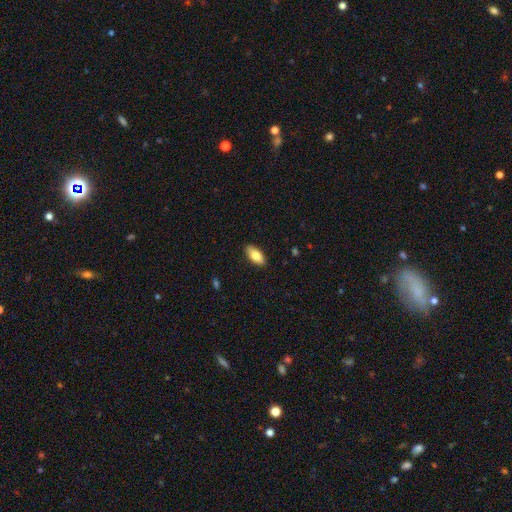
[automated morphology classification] The model was most divided on "smooth or featured": smooth: 81%, featured or disk: 13%, star or artifact: 6%. More confident: merging — none (89%); how rounded — in between (89%).